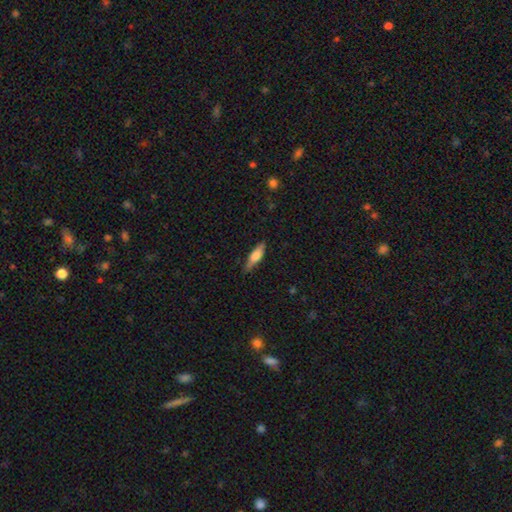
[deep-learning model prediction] Smooth or featured: smooth — 67% (featured or disk — 27%)
How rounded: cigar-shaped — 59% (in between — 38%)
Merging: none — 76% (minor disturbance — 19%)